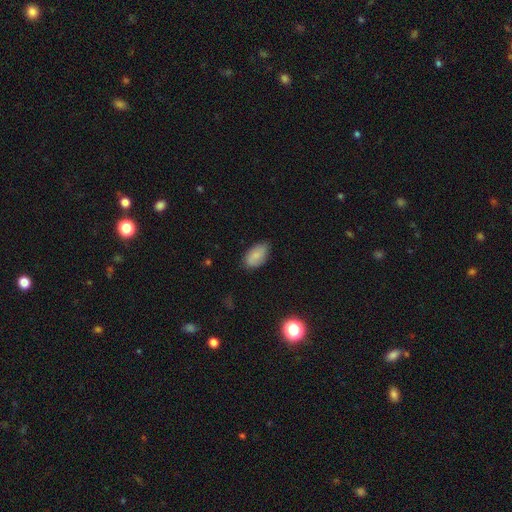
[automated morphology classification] smooth-or-featured: smooth: 81% | featured or disk: 11% | star or artifact: 8%
  how-rounded: in between: 94% | round: 4% | cigar-shaped: 2%
  merging: none: 77% | minor disturbance: 19% | major disturbance: 3% | merger: 1%